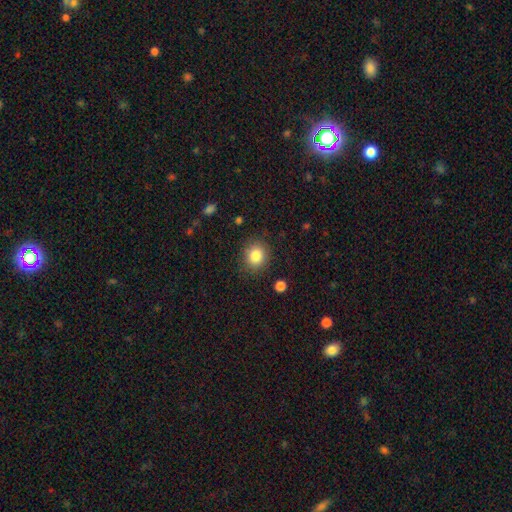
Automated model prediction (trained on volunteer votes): Smooth or featured? smooth (84%)
How rounded? round (72%)
Merging? none (86%)